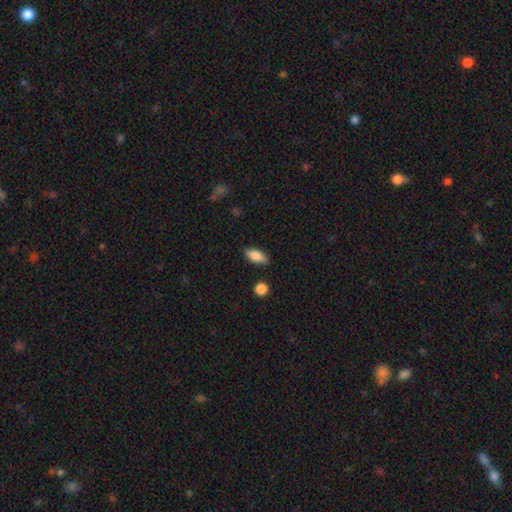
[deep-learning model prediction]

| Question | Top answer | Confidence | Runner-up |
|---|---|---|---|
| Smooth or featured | smooth | 83% | featured or disk (10%) |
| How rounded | in between | 81% | cigar-shaped (16%) |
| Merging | none | 83% | minor disturbance (12%) |